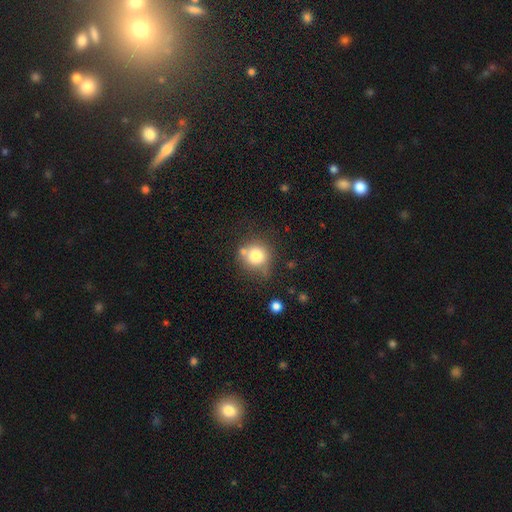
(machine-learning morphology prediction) Q: Smooth or featured?
A: smooth (77%); runner-up: featured or disk (11%)
Q: How rounded?
A: round (89%); runner-up: in between (10%)
Q: Merging?
A: none (63%); runner-up: minor disturbance (17%)